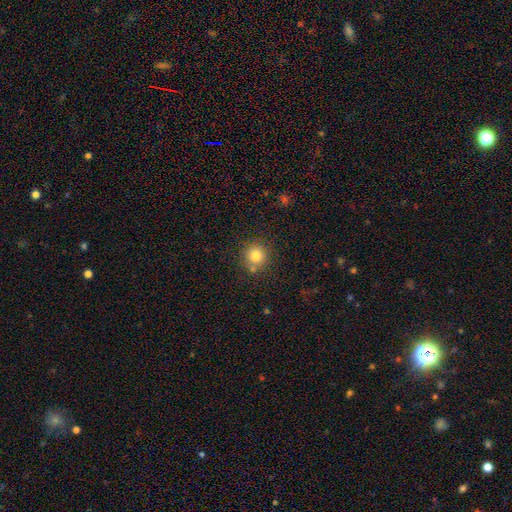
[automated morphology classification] smooth-or-featured: smooth: 81% | star or artifact: 12% | featured or disk: 8%
  how-rounded: round: 93% | in between: 6% | cigar-shaped: 1%
  merging: none: 79% | minor disturbance: 10% | merger: 8% | major disturbance: 3%